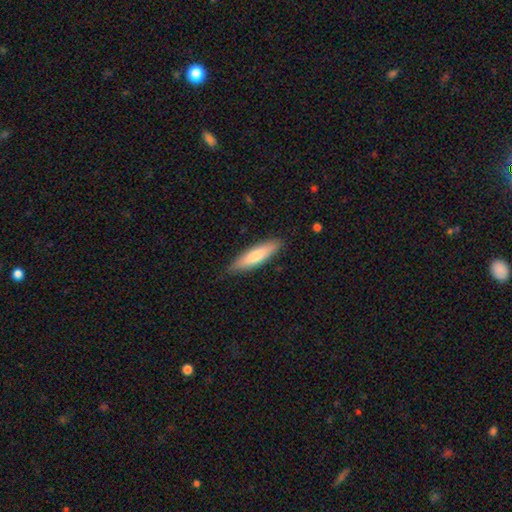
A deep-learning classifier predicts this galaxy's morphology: Smooth or featured: smooth — 71% (featured or disk — 23%)
How rounded: cigar-shaped — 76% (in between — 23%)
Merging: none — 86% (minor disturbance — 11%)